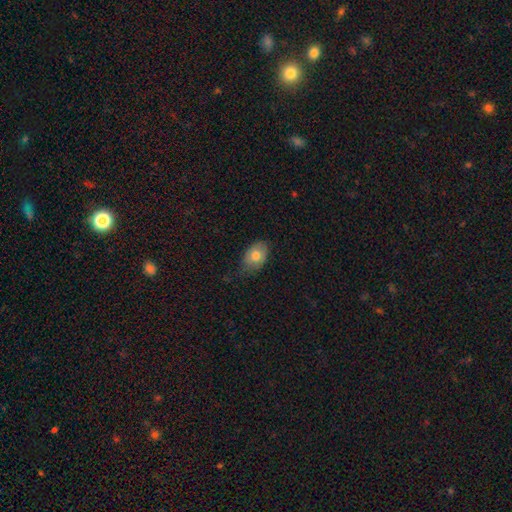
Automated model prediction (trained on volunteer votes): A smooth galaxy with no disk features (75%) that is in between round and cigar-shaped (85%).

Vote fractions:
- Smooth or featured? smooth: 75% / featured or disk: 17% / star or artifact: 7%
- How rounded? in between: 85% / round: 13% / cigar-shaped: 1%
- Merging? none: 59% / minor disturbance: 33% / major disturbance: 7% / merger: 1%